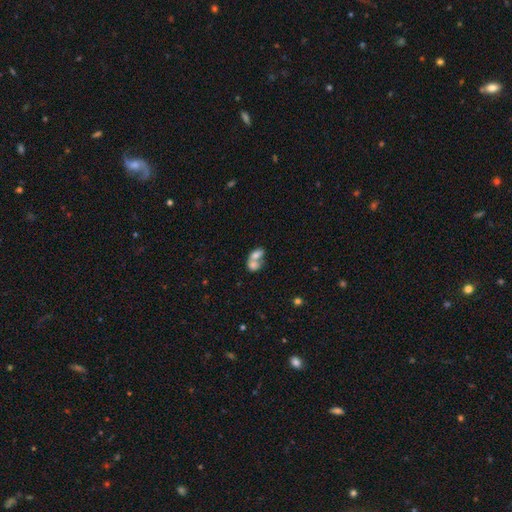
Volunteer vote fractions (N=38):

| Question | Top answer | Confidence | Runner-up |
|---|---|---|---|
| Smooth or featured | smooth | 63% | featured or disk (26%) |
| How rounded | in between | 75% | round (21%) |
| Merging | merger | 76% | none (18%) |